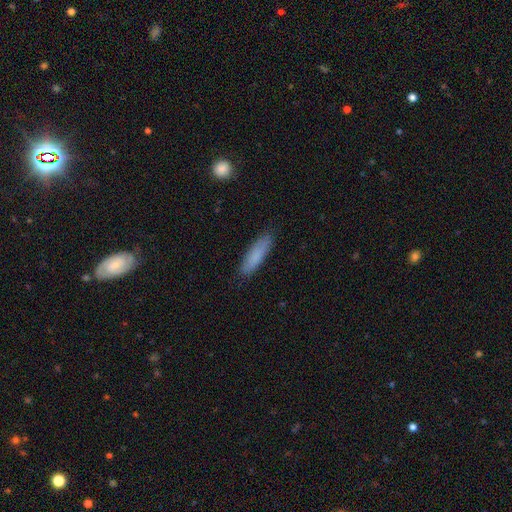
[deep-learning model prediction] The model was most divided on "how rounded": cigar-shaped: 71%, in between: 28%, round: 1%. More confident: merging — none (86%); smooth or featured — smooth (83%).